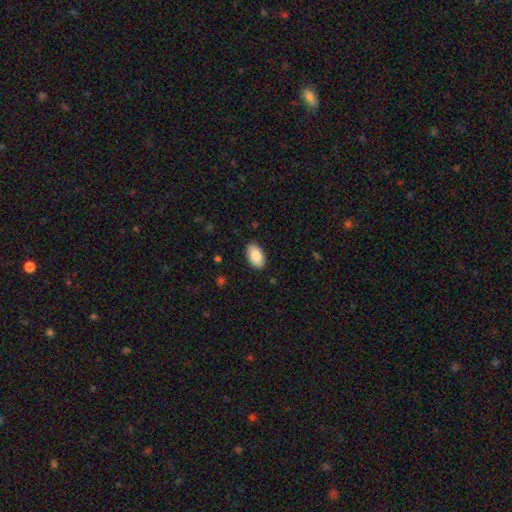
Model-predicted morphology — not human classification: This appears to be a smooth galaxy with no disk features (88%) that is in between round and cigar-shaped (94%). Merging: none (87%).